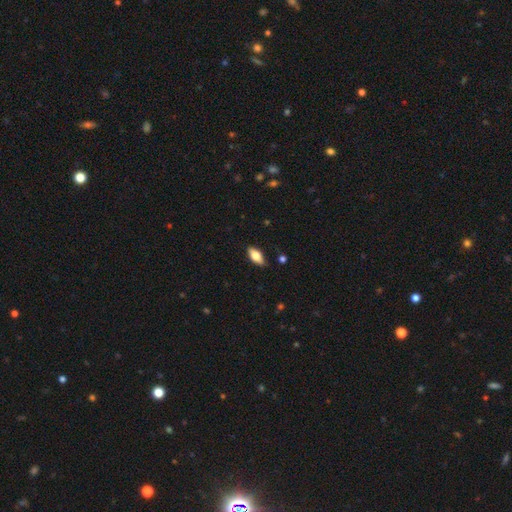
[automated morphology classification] A smooth galaxy with no disk features (72%) that is in between round and cigar-shaped (86%).

Vote fractions:
- Smooth or featured? smooth: 72% / featured or disk: 22% / star or artifact: 7%
- How rounded? in between: 86% / cigar-shaped: 11% / round: 3%
- Merging? none: 86% / minor disturbance: 11% / major disturbance: 2% / merger: 1%